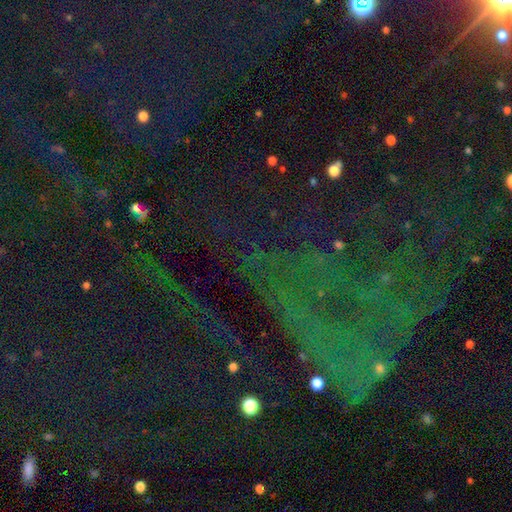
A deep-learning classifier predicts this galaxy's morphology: A star or artifact, not a galaxy (76%).

Vote fractions:
- Smooth or featured? star or artifact: 76% / smooth: 12% / featured or disk: 12%